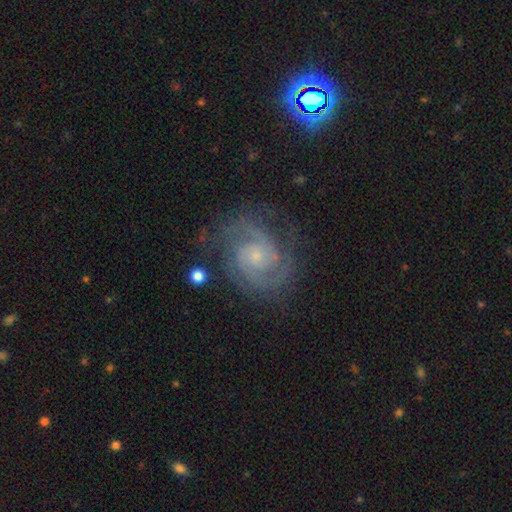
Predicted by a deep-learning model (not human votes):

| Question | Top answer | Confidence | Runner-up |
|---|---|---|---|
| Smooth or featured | featured or disk | 88% | star or artifact (7%) |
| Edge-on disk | no | 98% | yes (2%) |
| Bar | no | 67% | weak (28%) |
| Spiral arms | yes | 98% | no (2%) |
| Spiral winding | tight | 55% | medium (39%) |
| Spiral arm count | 2 | 70% | 3 (12%) |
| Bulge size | small | 72% | moderate (20%) |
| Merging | none | 76% | minor disturbance (15%) |